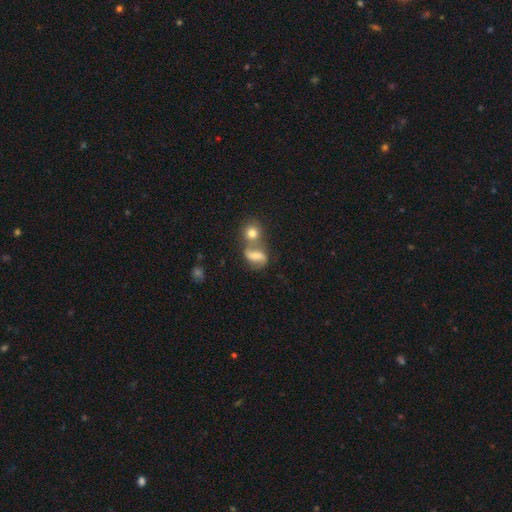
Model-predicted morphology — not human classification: smooth-or-featured: featured or disk: 53% | smooth: 35% | star or artifact: 11%
  disk-edge-on: no: 95% | yes: 5%
    bar: weak: 40% | strong: 33% | no: 27%
    has-spiral-arms: yes: 85% | no: 15%
    bulge-size: moderate: 41% | small: 33% | none: 13% | large: 10% | dominant: 3%
  merging: none: 44% | merger: 36% | minor disturbance: 13% | major disturbance: 7%